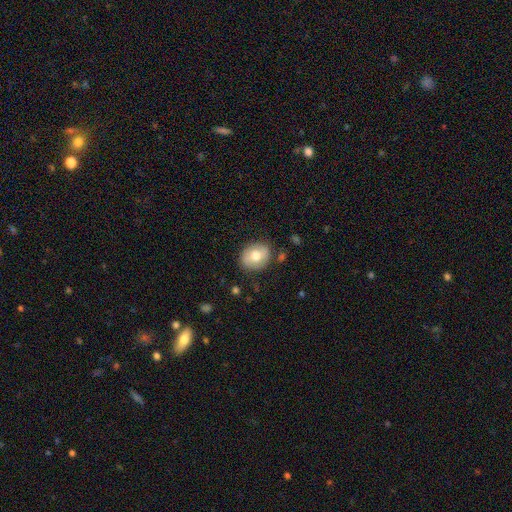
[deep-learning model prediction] smooth-or-featured: smooth: 70% | featured or disk: 23% | star or artifact: 8%
  how-rounded: round: 58% | in between: 41% | cigar-shaped: 1%
  merging: none: 82% | minor disturbance: 13% | major disturbance: 3% | merger: 2%